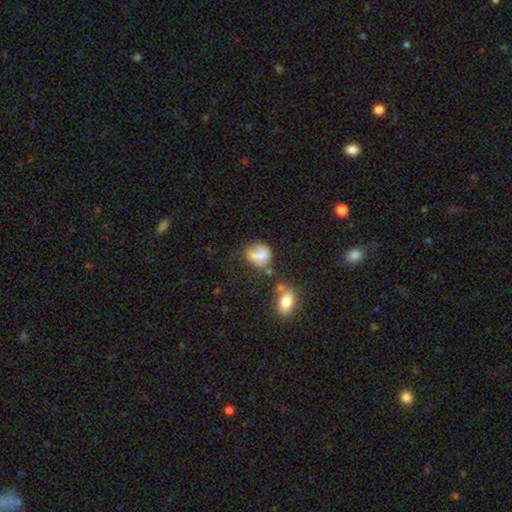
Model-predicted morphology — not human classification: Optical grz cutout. It shows a smooth galaxy with no disk features (67%) that is round (66%). Merging: merger (33%).